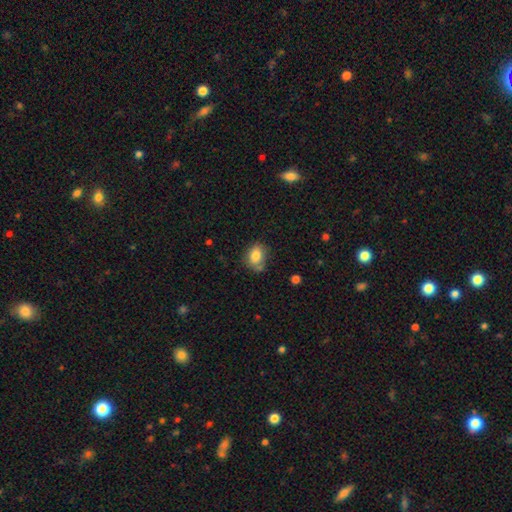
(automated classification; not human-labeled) Smooth or featured: smooth — 81% (featured or disk — 10%)
How rounded: in between — 68% (round — 31%)
Merging: none — 65% (minor disturbance — 21%)